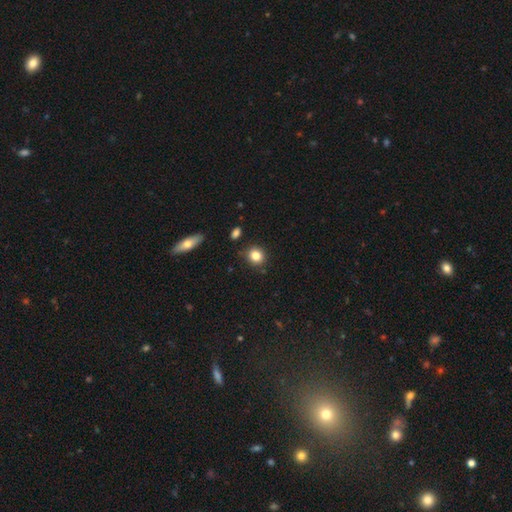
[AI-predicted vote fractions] Morphology: type=smooth (83%); roundness=round (78%); merging=none (85%).